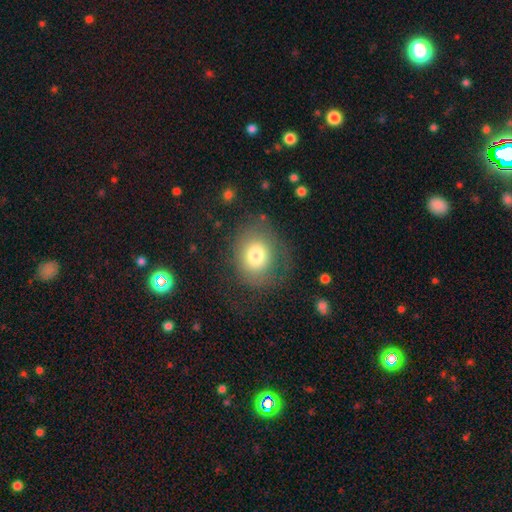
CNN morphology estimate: Smooth or featured? smooth (72%)
How rounded? round (69%)
Merging? none (64%)